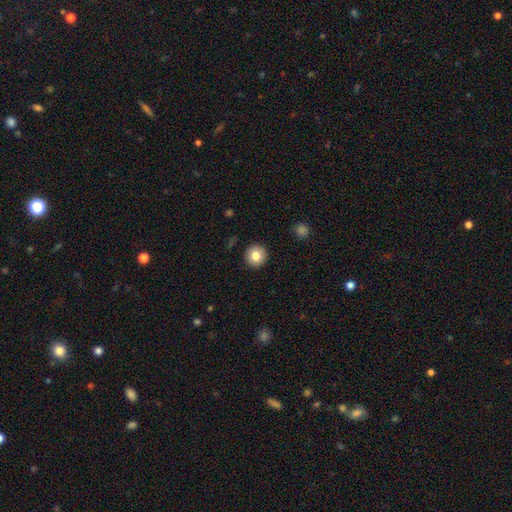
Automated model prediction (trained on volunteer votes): This appears to be a smooth galaxy with no disk features (82%) that is round (94%). Merging: none (92%).